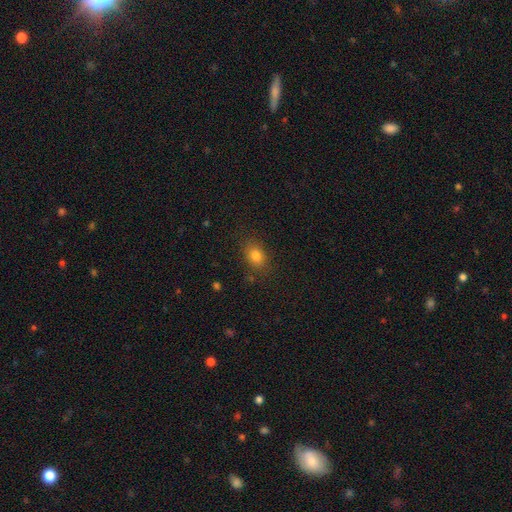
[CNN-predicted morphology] smooth-or-featured: smooth: 81% | star or artifact: 12% | featured or disk: 7%
  how-rounded: in between: 64% | round: 34% | cigar-shaped: 2%
  merging: none: 82% | minor disturbance: 12% | major disturbance: 4% | merger: 2%